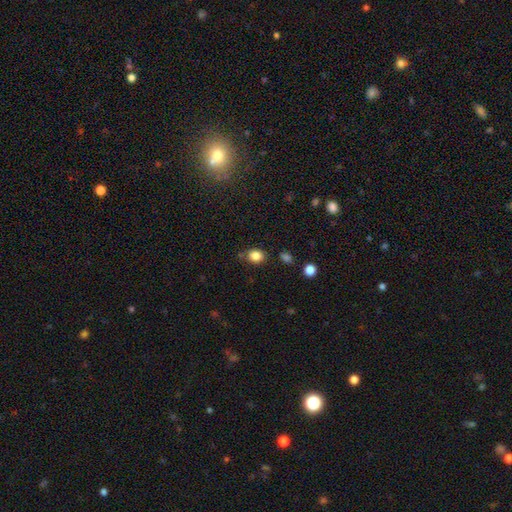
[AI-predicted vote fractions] A smooth galaxy with no disk features (83%) that is round (54%). Merging: none (79%).